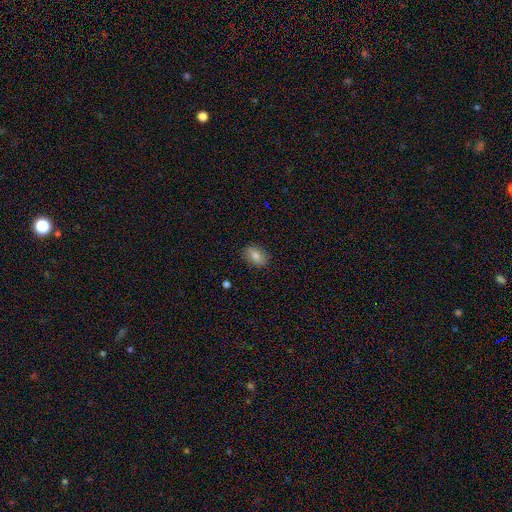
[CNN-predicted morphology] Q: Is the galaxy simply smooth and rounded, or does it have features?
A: smooth — 77%.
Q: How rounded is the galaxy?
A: in between — 84%.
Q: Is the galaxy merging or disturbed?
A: none — 87%.